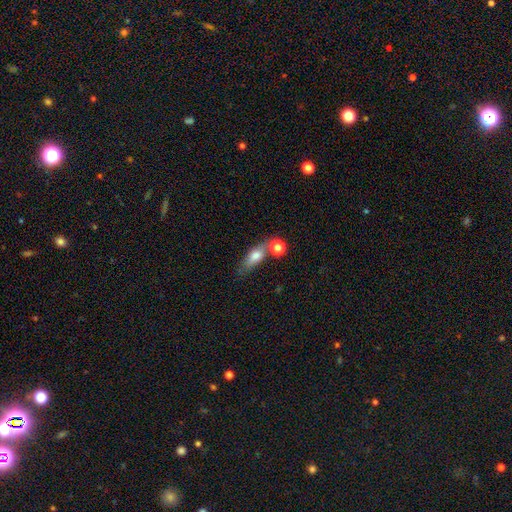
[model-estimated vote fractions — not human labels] smooth_or_featured: smooth (p=0.71) [alt: featured or disk p=0.20]
how_rounded: in between (p=0.64) [alt: cigar-shaped p=0.24]
merging: none (p=0.47) [alt: merger p=0.30]